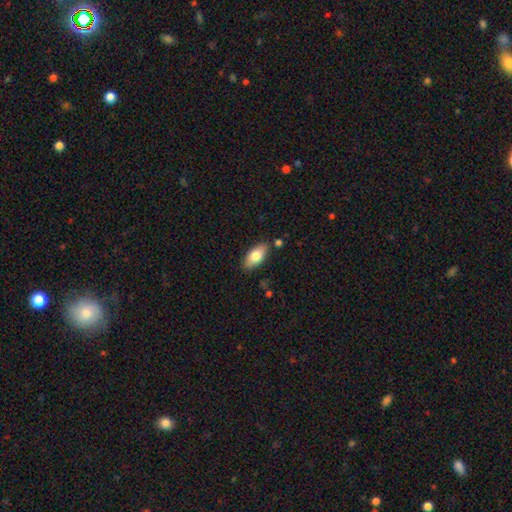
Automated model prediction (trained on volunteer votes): A smooth galaxy with no disk features (77%) that is in between round and cigar-shaped (90%).

Vote fractions:
- Smooth or featured? smooth: 77% / featured or disk: 16% / star or artifact: 6%
- How rounded? in between: 90% / cigar-shaped: 8% / round: 3%
- Merging? none: 84% / minor disturbance: 11% / merger: 3% / major disturbance: 2%